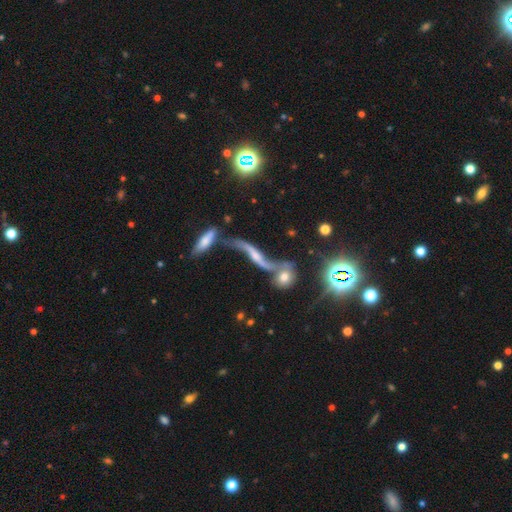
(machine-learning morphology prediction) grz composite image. It shows a featured or disk galaxy (68%). Merging: merger (38%).